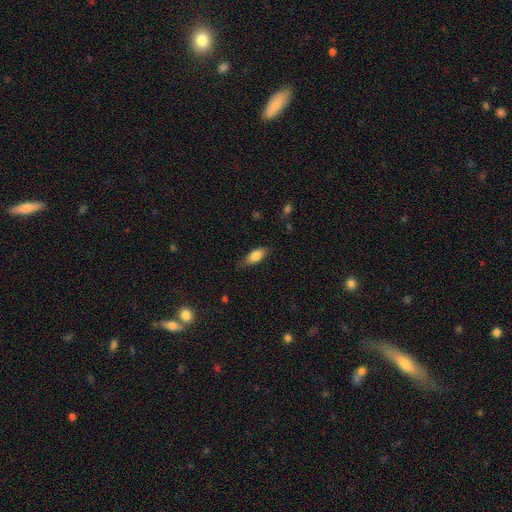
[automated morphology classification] A smooth galaxy with no disk features (80%) that is in between round and cigar-shaped (82%). Merging: none (78%).